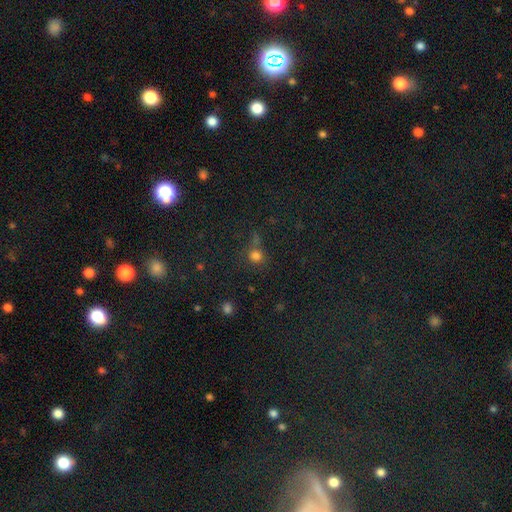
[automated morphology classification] Overall: smooth (74%). How rounded: round (86%). Merging: none (63%).